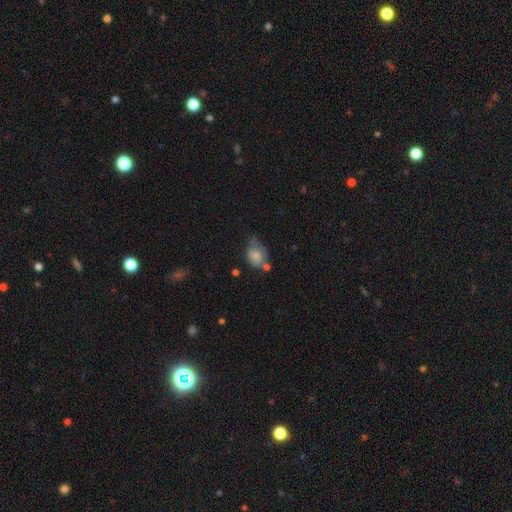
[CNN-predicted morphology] Smooth or featured: smooth — 73% (featured or disk — 18%)
How rounded: in between — 66% (round — 33%)
Merging: minor disturbance — 36% (none — 32%)